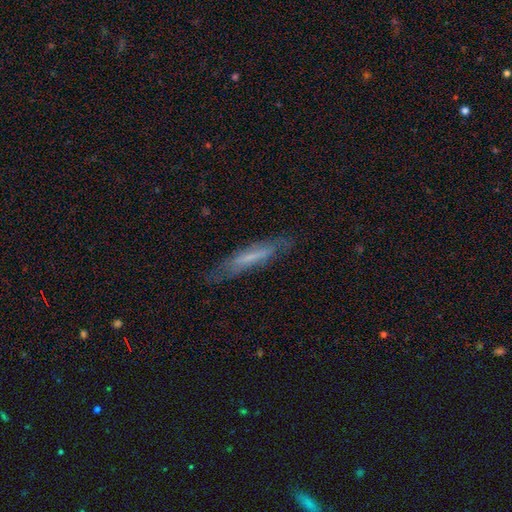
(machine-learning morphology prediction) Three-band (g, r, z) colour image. It shows a featured or disk galaxy (49%). Merging: none (79%).